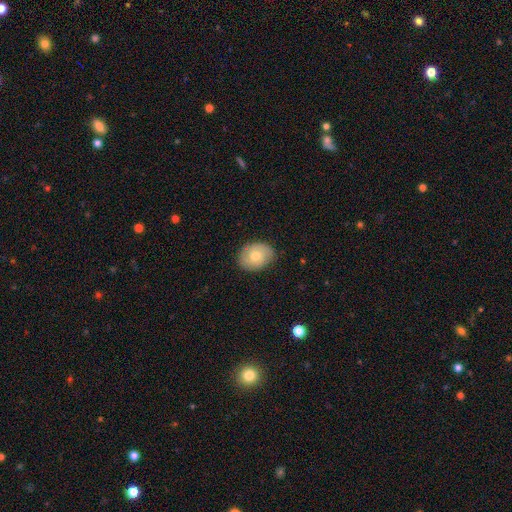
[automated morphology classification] Overall: smooth (67%). How rounded: in between (65%; round 34%). Merging: none (81%).